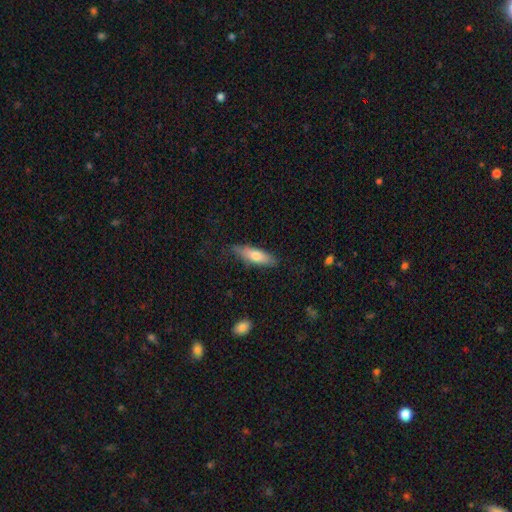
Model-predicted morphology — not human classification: Smooth or featured? smooth (69%)
How rounded? cigar-shaped (56%)
Merging? none (74%)